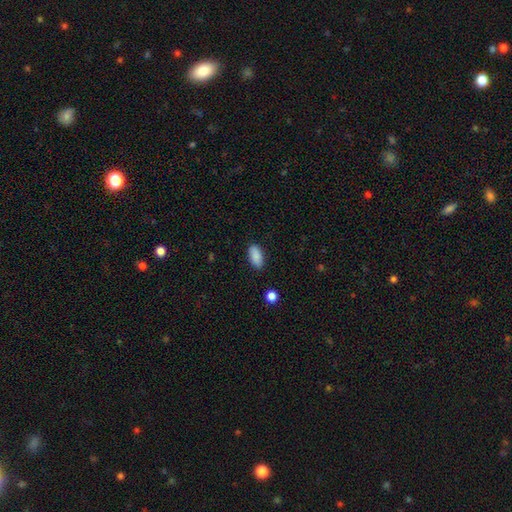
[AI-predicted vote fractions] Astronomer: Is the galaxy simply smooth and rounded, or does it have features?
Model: smooth — 89%.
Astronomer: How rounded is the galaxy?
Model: in between — 90%.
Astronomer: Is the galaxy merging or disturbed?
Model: none — 88%.